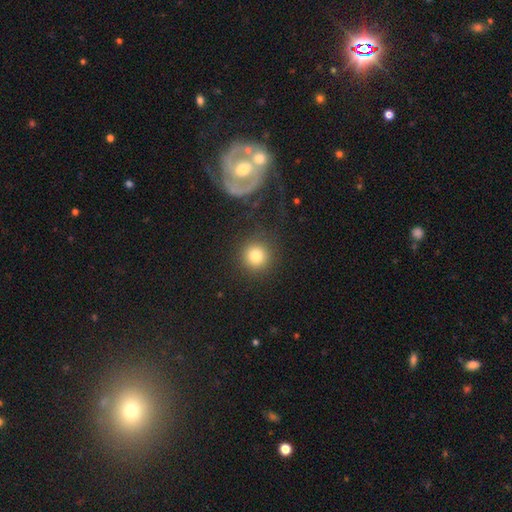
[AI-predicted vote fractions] Smooth or featured?
  - smooth: 80% *
  - star or artifact: 11%
  - featured or disk: 9%
How rounded?
  - round: 94% *
  - in between: 5%
  - cigar-shaped: 1%
Merging?
  - none: 87% *
  - minor disturbance: 7%
  - major disturbance: 4%
  - merger: 2%